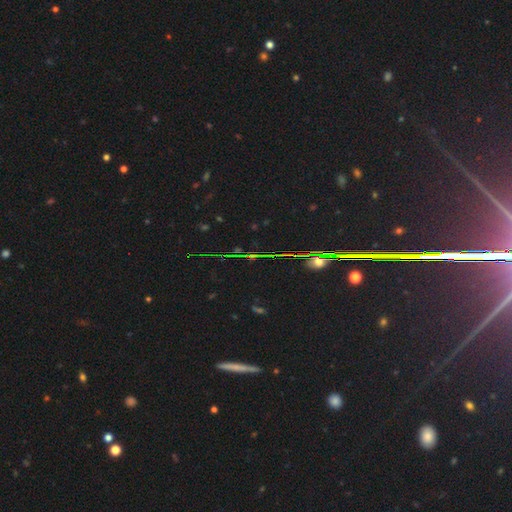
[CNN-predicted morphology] Q: Smooth or featured?
A: star or artifact (81%); runner-up: featured or disk (10%)